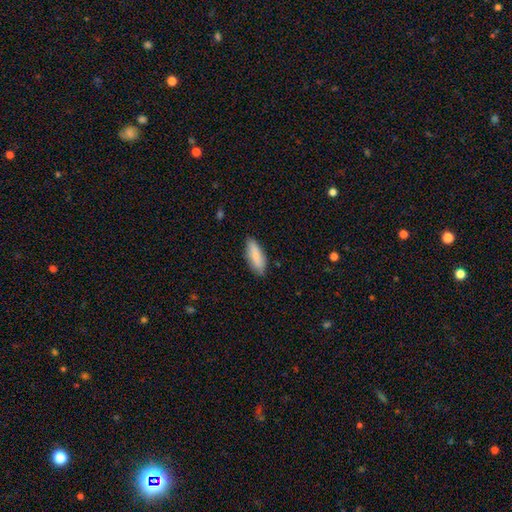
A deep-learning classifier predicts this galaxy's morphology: This is clearly a smooth galaxy (83%). How rounded: likely in between (69%). Merging: clearly none (81%).